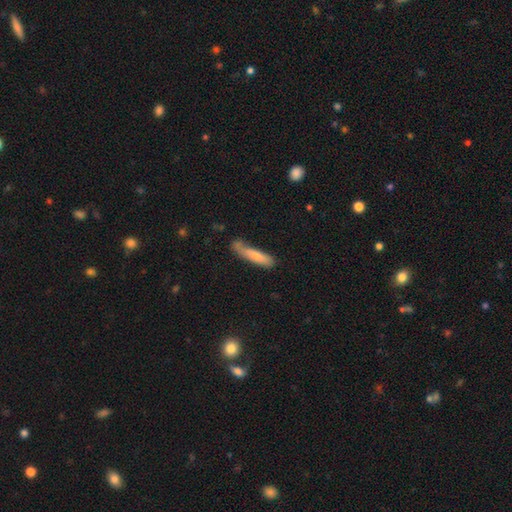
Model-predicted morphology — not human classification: Q: Smooth or featured?
A: smooth (74%); runner-up: featured or disk (20%)
Q: How rounded?
A: cigar-shaped (83%); runner-up: in between (15%)
Q: Merging?
A: none (56%); runner-up: minor disturbance (28%)